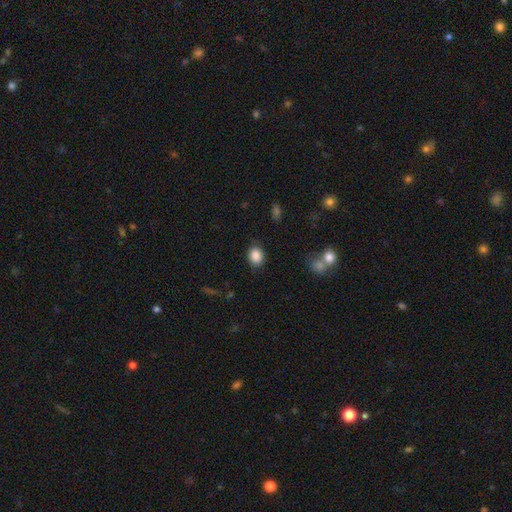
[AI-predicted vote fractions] A smooth galaxy with no disk features (88%) that is in between round and cigar-shaped (54%).

Vote fractions:
- Smooth or featured? smooth: 88% / star or artifact: 8% / featured or disk: 4%
- How rounded? in between: 54% / round: 44% / cigar-shaped: 1%
- Merging? none: 81% / minor disturbance: 13% / major disturbance: 4% / merger: 2%